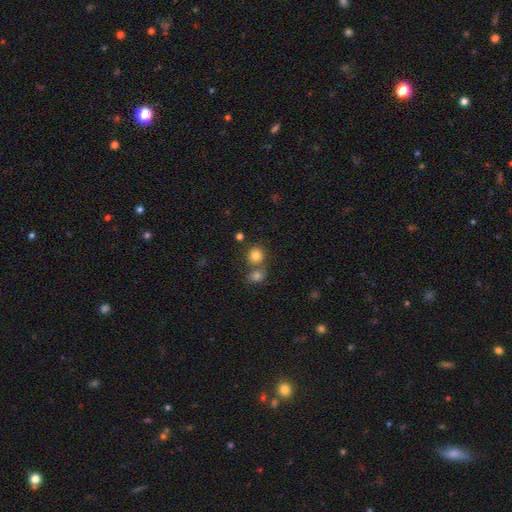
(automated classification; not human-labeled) Smooth or featured: smooth — 81% (star or artifact — 12%)
How rounded: round — 82% (in between — 17%)
Merging: none — 59% (merger — 29%)